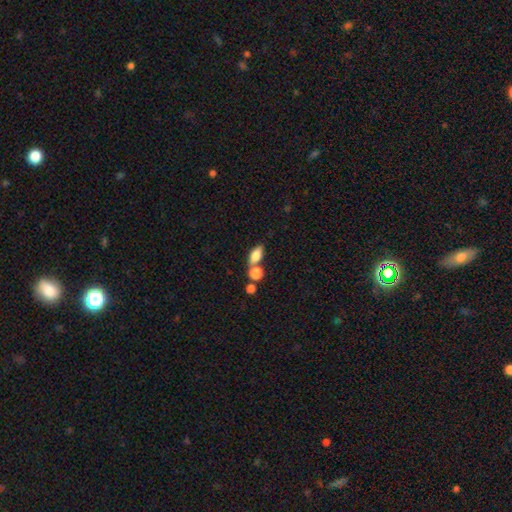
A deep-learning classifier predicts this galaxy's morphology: A smooth galaxy with no disk features (79%) that is in between round and cigar-shaped (81%). Merging: none (52%).